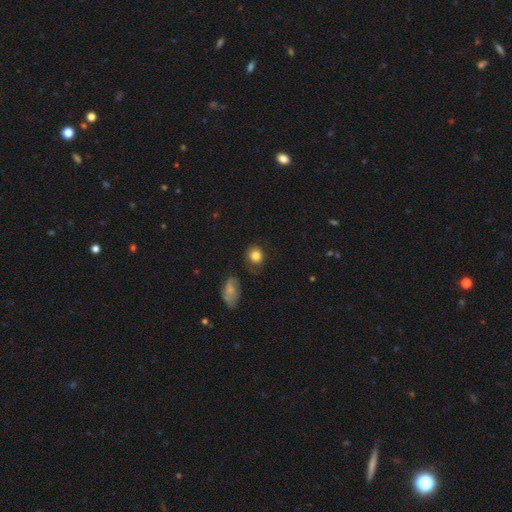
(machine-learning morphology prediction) type=smooth (83%); roundness=round (72%); merging=none (74%).